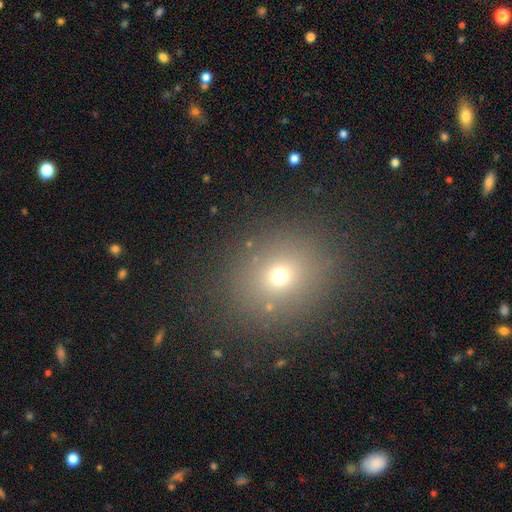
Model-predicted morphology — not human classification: smooth 64%, star or artifact 27%, featured or disk 10%. Down the decision tree: how rounded — round (70%); merging — none (89%).